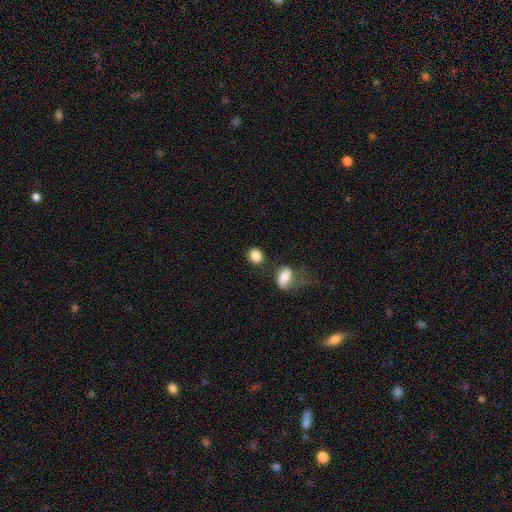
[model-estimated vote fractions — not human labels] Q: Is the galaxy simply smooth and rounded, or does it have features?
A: smooth — 86%.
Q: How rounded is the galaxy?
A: round — 69%.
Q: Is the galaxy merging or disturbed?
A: none — 72%.